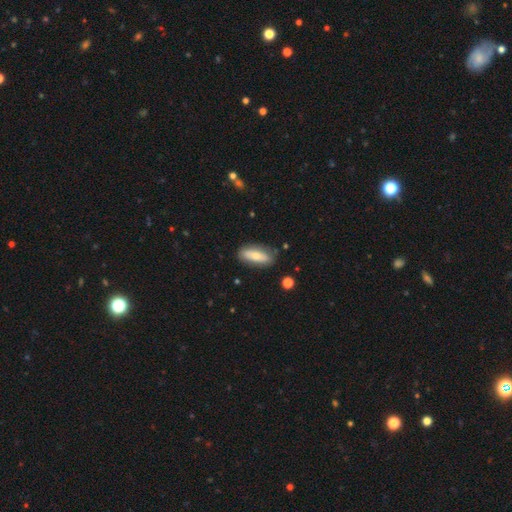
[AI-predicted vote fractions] smooth-or-featured: smooth: 64% | featured or disk: 30% | star or artifact: 6%
  how-rounded: in between: 68% | cigar-shaped: 29% | round: 2%
  merging: none: 80% | minor disturbance: 14% | major disturbance: 3% | merger: 2%